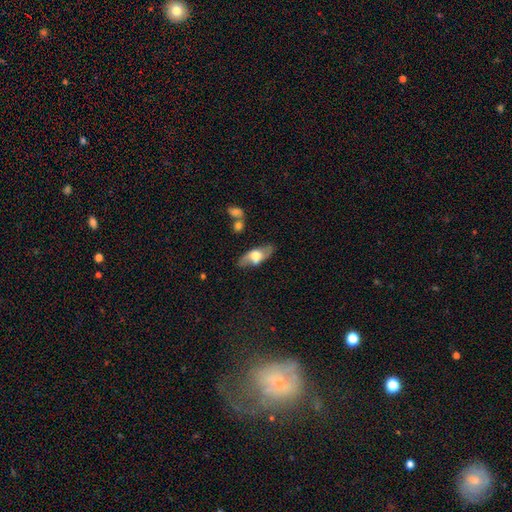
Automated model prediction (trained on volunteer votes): featured or disk 47%, smooth 46%, star or artifact 6%. Down the decision tree: merging — none (74%).